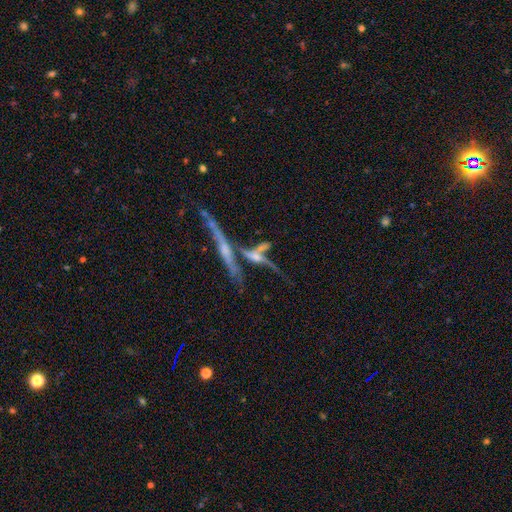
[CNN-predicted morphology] type=featured or disk (64%); edge-on=yes (70%); merging=merger (44%).